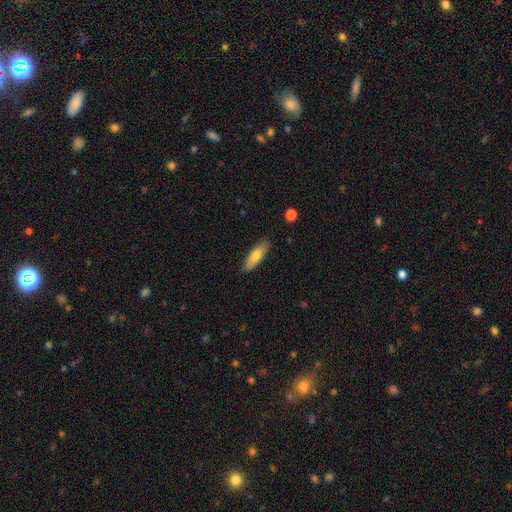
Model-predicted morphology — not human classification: Smooth or featured?
  - smooth: 71% *
  - featured or disk: 23%
  - star or artifact: 6%
How rounded?
  - cigar-shaped: 51% *
  - in between: 47%
  - round: 2%
Merging?
  - none: 86% *
  - minor disturbance: 11%
  - major disturbance: 2%
  - merger: 1%